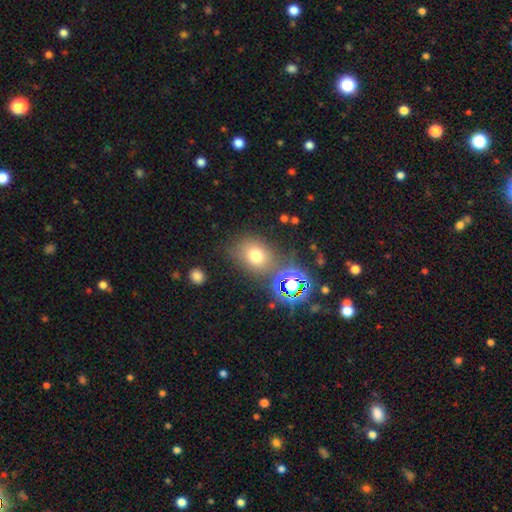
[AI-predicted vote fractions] Smooth or featured: smooth — 69% (star or artifact — 20%)
How rounded: round — 53% (in between — 46%)
Merging: none — 72% (minor disturbance — 14%)